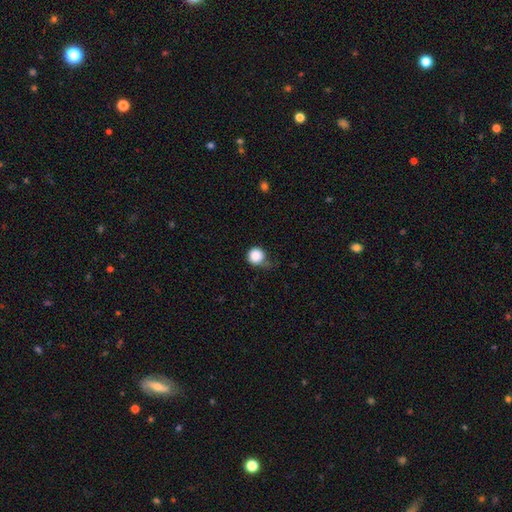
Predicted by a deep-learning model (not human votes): smooth 87%, star or artifact 9%, featured or disk 4%. Down the decision tree: how rounded — round (94%); merging — none (58%).